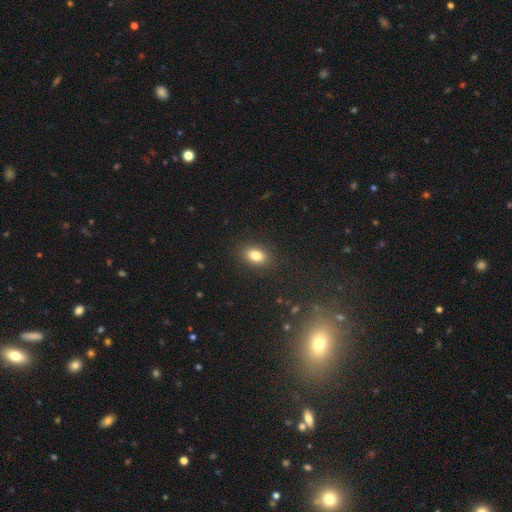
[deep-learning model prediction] This is clearly a smooth galaxy (82%). How rounded: clearly in between (82%). Merging: clearly none (89%).